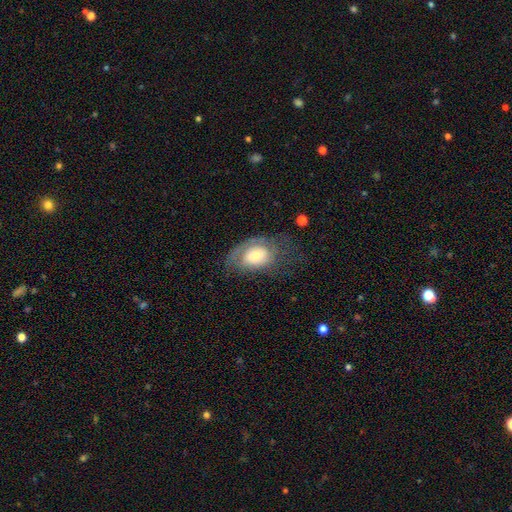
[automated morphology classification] Smooth or featured? smooth (49%)
Merging? none (42%)